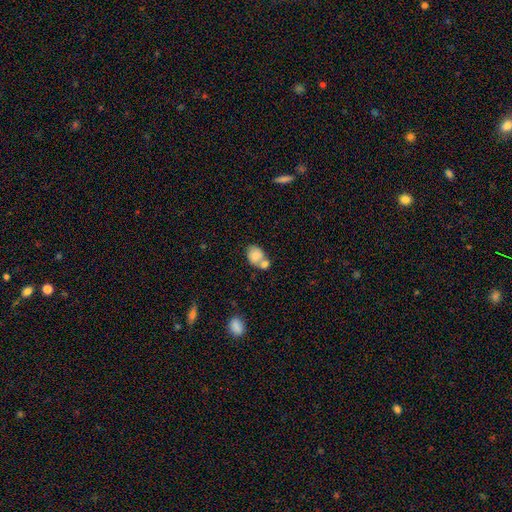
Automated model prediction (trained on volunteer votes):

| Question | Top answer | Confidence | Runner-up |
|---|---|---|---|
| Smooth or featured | smooth | 79% | featured or disk (13%) |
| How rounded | in between | 60% | round (39%) |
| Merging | merger | 54% | none (30%) |